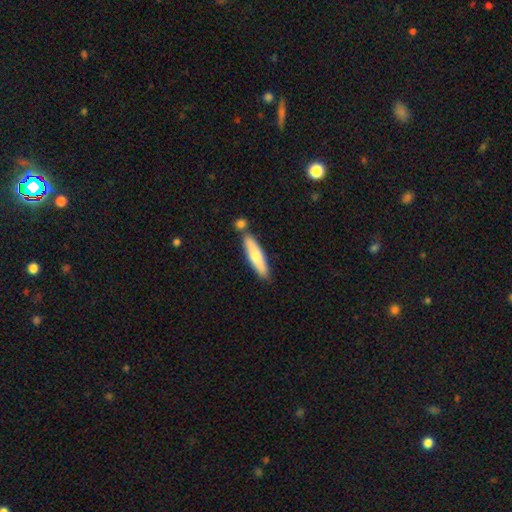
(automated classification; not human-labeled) A smooth galaxy with no disk features (68%) that is cigar-shaped (80%).

Vote fractions:
- Smooth or featured? smooth: 68% / featured or disk: 27% / star or artifact: 5%
- How rounded? cigar-shaped: 80% / in between: 19% / round: 2%
- Merging? none: 72% / merger: 14% / minor disturbance: 11% / major disturbance: 3%